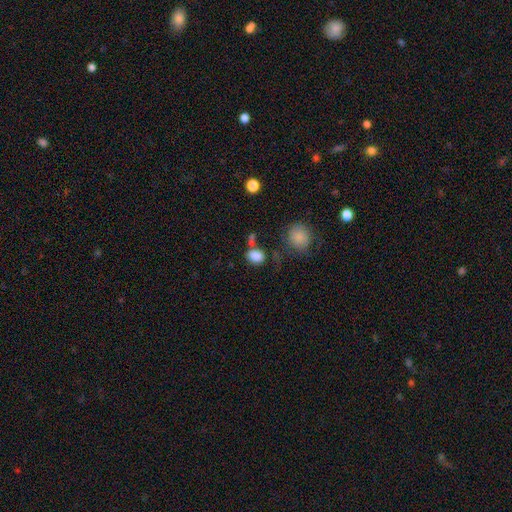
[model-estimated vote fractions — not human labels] smooth 84%, star or artifact 11%, featured or disk 5%. Down the decision tree: how rounded — in between (68%); merging — none (55%).